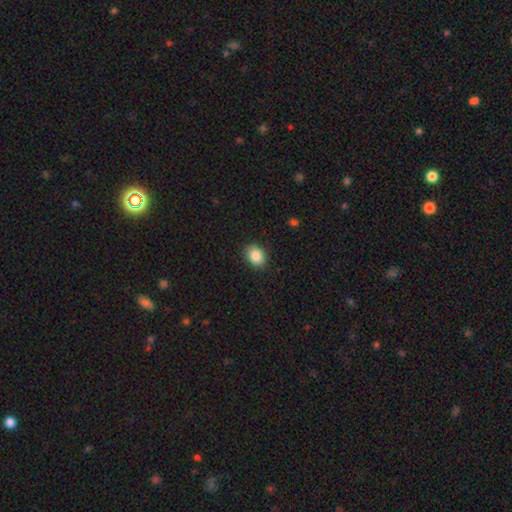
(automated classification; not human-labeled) Q: Smooth or featured?
A: smooth (87%); runner-up: star or artifact (8%)
Q: How rounded?
A: in between (66%); runner-up: round (33%)
Q: Merging?
A: none (88%); runner-up: minor disturbance (9%)